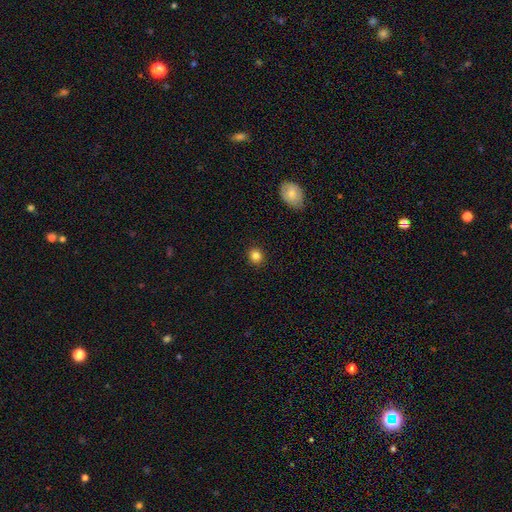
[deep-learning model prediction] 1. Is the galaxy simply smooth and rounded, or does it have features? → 84% smooth, 11% star or artifact, 5% featured or disk.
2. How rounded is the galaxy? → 86% round, 13% in between, 1% cigar-shaped.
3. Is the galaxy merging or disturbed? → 91% none, 6% minor disturbance, 2% major disturbance, 1% merger.